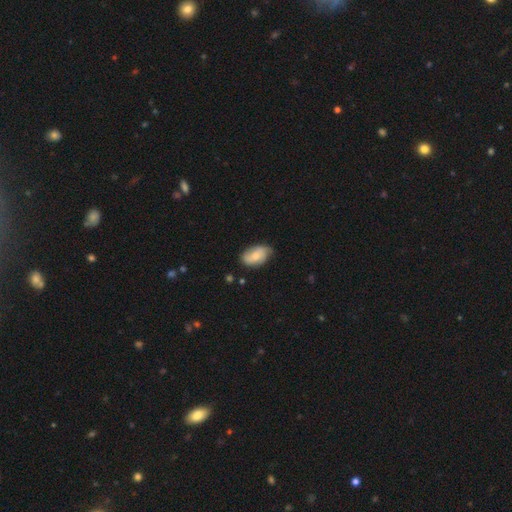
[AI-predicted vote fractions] Smooth or featured? Predicted: smooth (p=0.60). How rounded? Predicted: in between (p=0.91). Merging? Predicted: none (p=0.67).